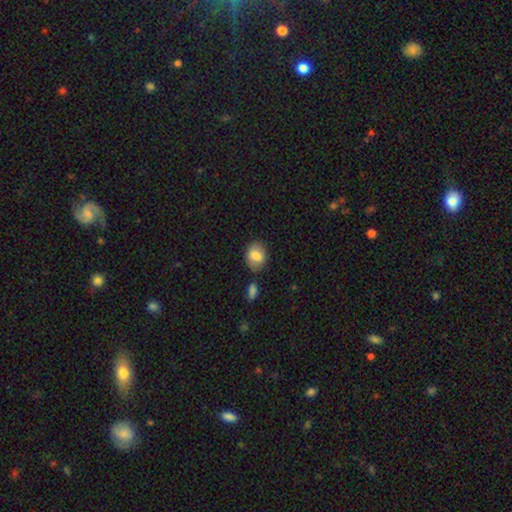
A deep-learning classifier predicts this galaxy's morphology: This appears to be a smooth galaxy with no disk features (79%) that is in between round and cigar-shaped (66%). Merging: none (70%).